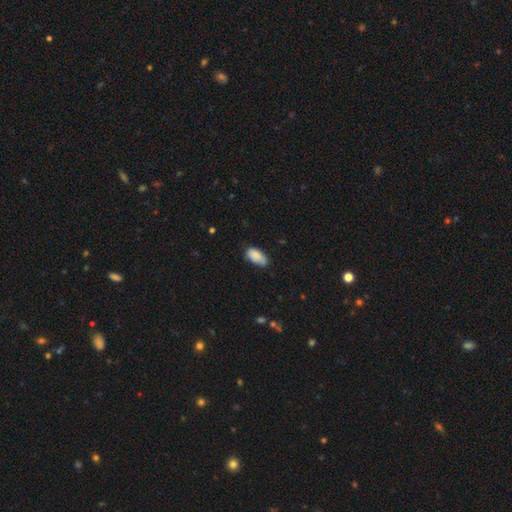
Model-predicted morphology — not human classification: Smooth or featured? Predicted: smooth (p=0.86). How rounded? Predicted: in between (p=0.93). Merging? Predicted: none (p=0.57).